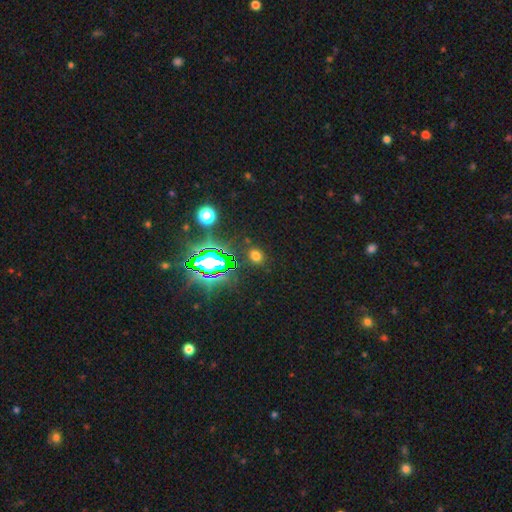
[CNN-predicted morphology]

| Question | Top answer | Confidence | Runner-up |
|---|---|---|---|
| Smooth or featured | smooth | 59% | star or artifact (34%) |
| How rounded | round | 55% | in between (43%) |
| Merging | none | 86% | minor disturbance (8%) |